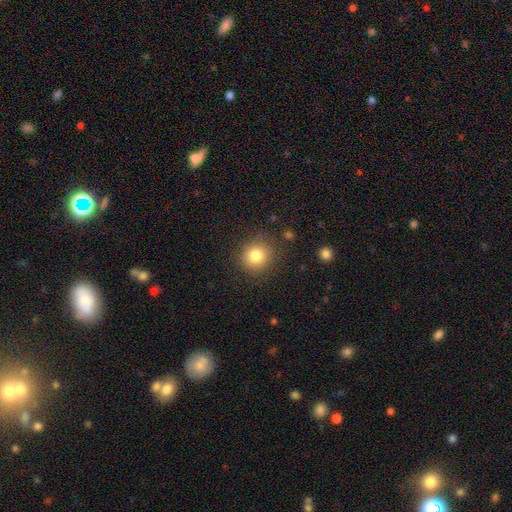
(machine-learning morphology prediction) Overall: smooth (81%). How rounded: round (87%). Merging: none (84%).